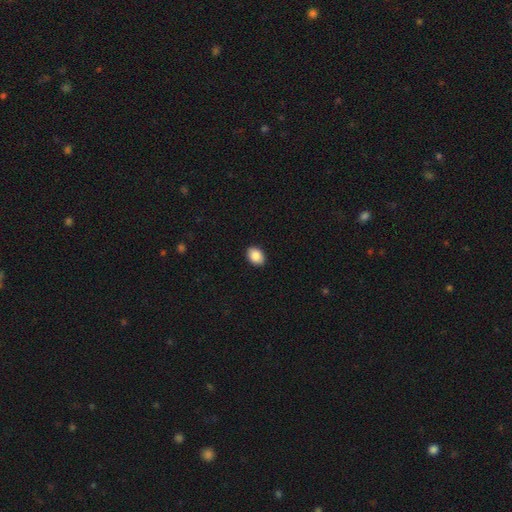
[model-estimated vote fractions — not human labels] A smooth galaxy with no disk features (89%) that is in between round and cigar-shaped (76%).

Vote fractions:
- Smooth or featured? smooth: 89% / star or artifact: 7% / featured or disk: 4%
- How rounded? in between: 76% / round: 23% / cigar-shaped: 1%
- Merging? none: 90% / minor disturbance: 7% / major disturbance: 2% / merger: 1%